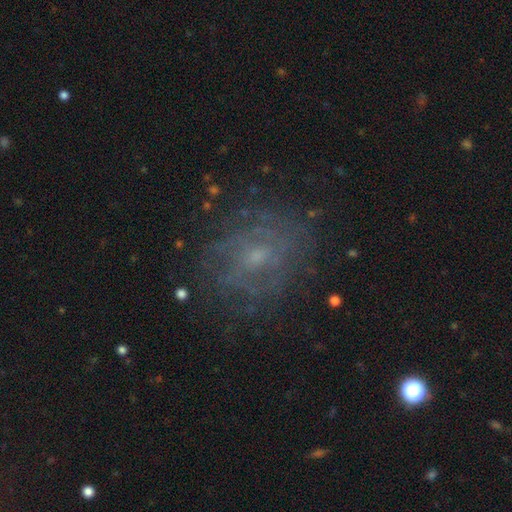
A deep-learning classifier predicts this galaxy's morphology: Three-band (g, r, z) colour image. It shows a featured or disk galaxy (62%) with no bar (64%), spiral arms (58%) and a small central bulge (64%). Merging: none (72%).